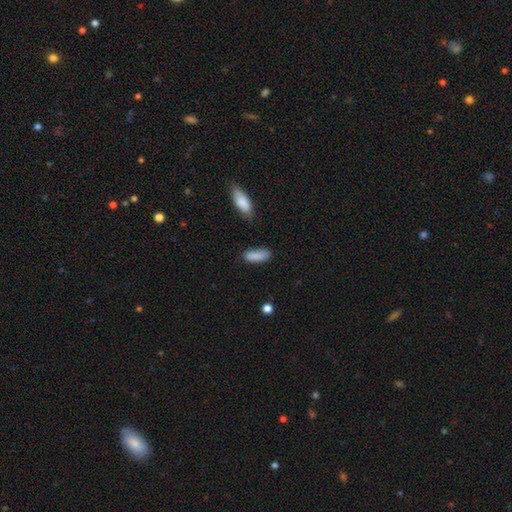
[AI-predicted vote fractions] Smooth or featured: smooth — 86% (star or artifact — 7%)
How rounded: in between — 72% (cigar-shaped — 26%)
Merging: none — 68% (minor disturbance — 23%)